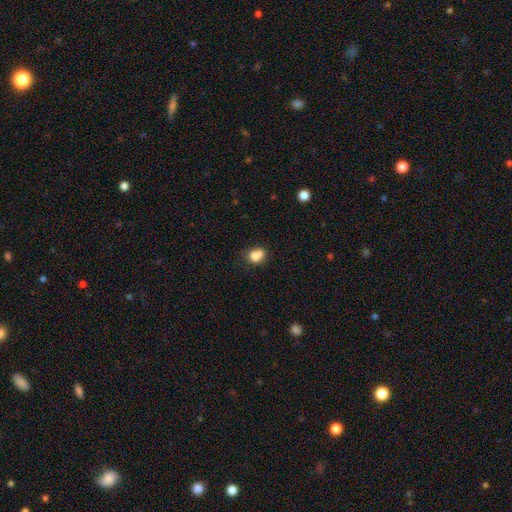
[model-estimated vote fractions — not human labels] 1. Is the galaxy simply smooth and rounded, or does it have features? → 79% smooth, 11% star or artifact, 10% featured or disk.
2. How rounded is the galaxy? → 60% round, 39% in between, 1% cigar-shaped.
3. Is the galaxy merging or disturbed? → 45% none, 25% merger, 23% minor disturbance, 7% major disturbance.